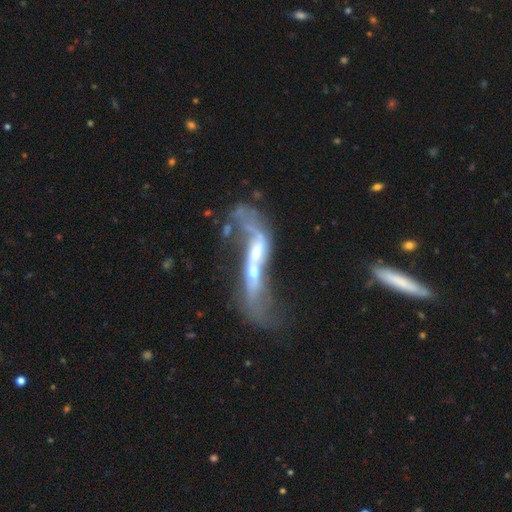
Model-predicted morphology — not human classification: Smooth or featured?
  - featured or disk: 76% *
  - smooth: 15%
  - star or artifact: 9%
Edge-on disk?
  - no: 81% *
  - yes: 19%
Bar?
  - no: 46% *
  - weak: 31%
  - strong: 22%
Spiral arms?
  - yes: 67% *
  - no: 33%
Bulge size?
  - moderate: 44% *
  - small: 37%
  - none: 10%
  - large: 7%
  - dominant: 2%
Merging?
  - merger: 49% *
  - major disturbance: 27%
  - none: 15%
  - minor disturbance: 8%